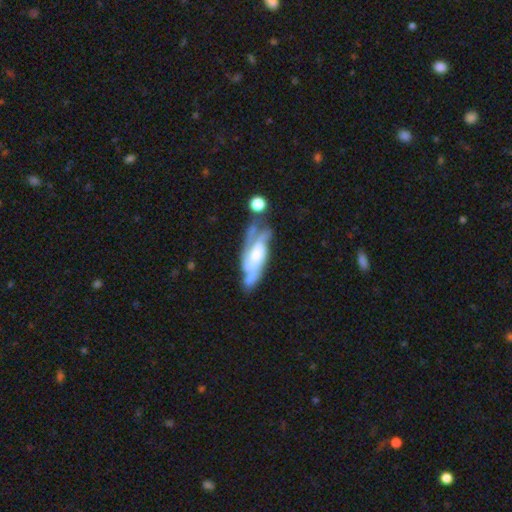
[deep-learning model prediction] A featured or disk galaxy (78%) with no bar (61%), 3 (34%) medium (43%, tied with tight) spiral arms (92%) and a moderate central bulge (46%).

Vote fractions:
- Smooth or featured? featured or disk: 78% / smooth: 16% / star or artifact: 6%
- Edge-on disk? no: 88% / yes: 12%
- Bar? no: 61% / weak: 29% / strong: 10%
- Spiral arms? yes: 92% / no: 8%
- Spiral winding? medium: 43% (tied) / tight: 43% (tied) / loose: 14%
- Spiral arm count? 3: 34% / 2: 27% / can't tell: 24% / 4: 8% / 1: 4% / more than 4: 3%
- Bulge size? moderate: 46% / small: 29% / large: 16% / none: 8% / dominant: 2%
- Merging? none: 49% / minor disturbance: 24% / major disturbance: 16% / merger: 11%